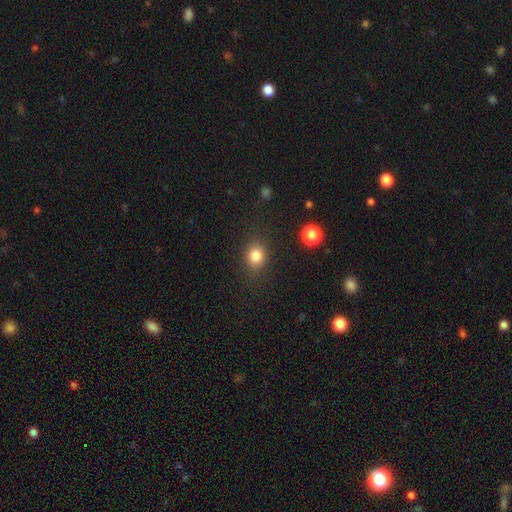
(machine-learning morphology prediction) smooth_or_featured: smooth (p=0.82) [alt: star or artifact p=0.12]
how_rounded: round (p=0.67) [alt: in between p=0.32]
merging: none (p=0.83) [alt: minor disturbance p=0.11]